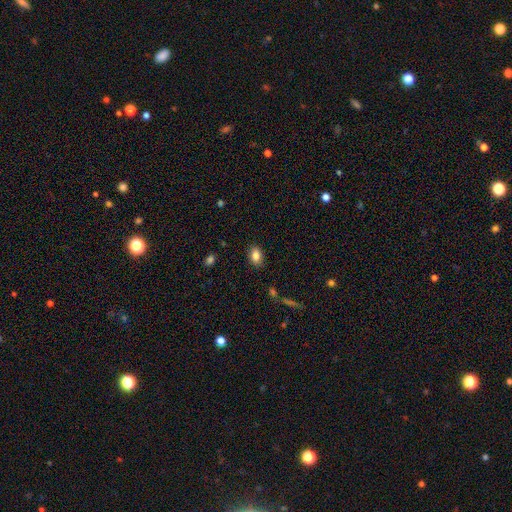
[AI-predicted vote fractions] smooth-or-featured: smooth: 83% | star or artifact: 9% | featured or disk: 8%
  how-rounded: in between: 80% | round: 18% | cigar-shaped: 2%
  merging: none: 86% | minor disturbance: 10% | major disturbance: 2% | merger: 1%